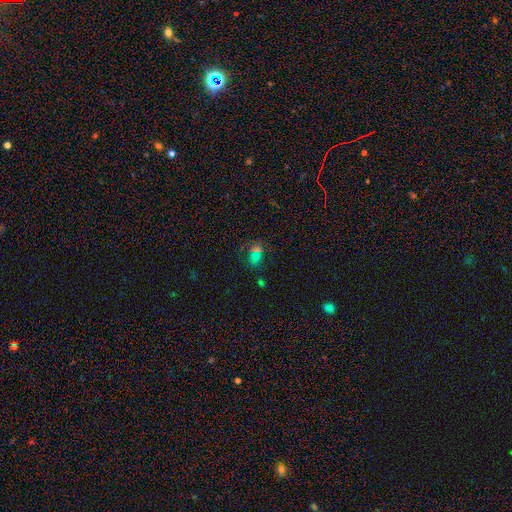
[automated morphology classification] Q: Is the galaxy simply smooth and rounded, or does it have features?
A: smooth — 50%.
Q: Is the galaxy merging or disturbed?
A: none — 54%.